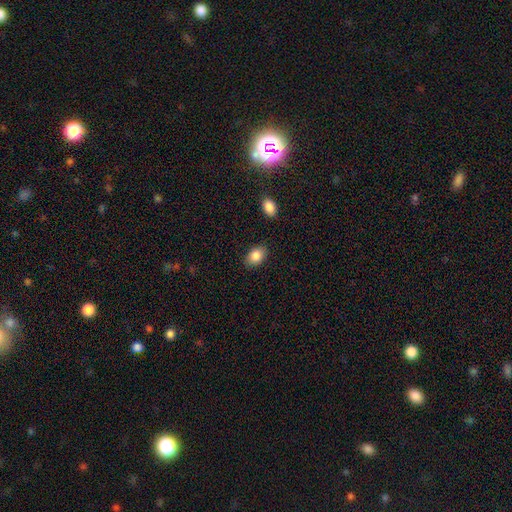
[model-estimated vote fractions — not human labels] Q: Smooth or featured?
A: smooth (85%); runner-up: star or artifact (8%)
Q: How rounded?
A: in between (84%); runner-up: round (14%)
Q: Merging?
A: none (86%); runner-up: minor disturbance (10%)